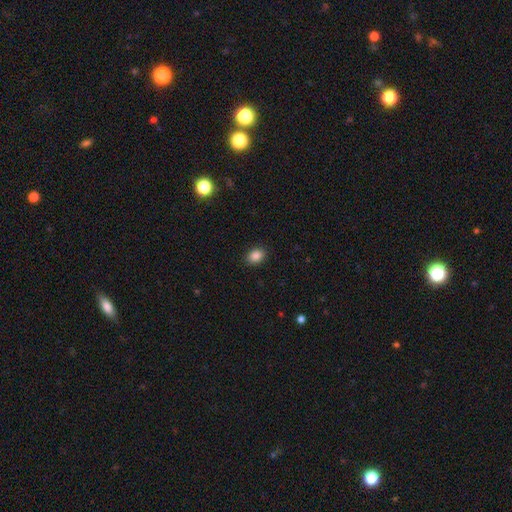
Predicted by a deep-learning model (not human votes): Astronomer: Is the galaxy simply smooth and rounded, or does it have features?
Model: smooth — 87%.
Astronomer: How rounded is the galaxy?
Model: in between — 70%.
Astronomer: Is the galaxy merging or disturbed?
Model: none — 89%.